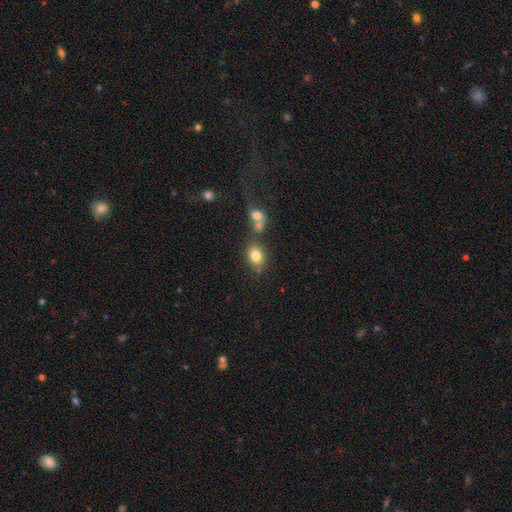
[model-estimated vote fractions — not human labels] A smooth galaxy with no disk features (80%) that is in between round and cigar-shaped (66%).

Vote fractions:
- Smooth or featured? smooth: 80% / star or artifact: 10% / featured or disk: 10%
- How rounded? in between: 66% / round: 33% / cigar-shaped: 1%
- Merging? none: 59% / merger: 23% / minor disturbance: 13% / major disturbance: 6%